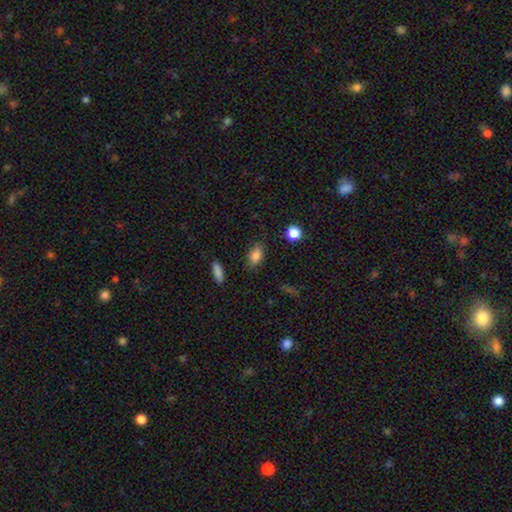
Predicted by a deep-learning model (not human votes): Smooth or featured: smooth — 83% (star or artifact — 9%)
How rounded: in between — 84% (round — 10%)
Merging: none — 81% (minor disturbance — 14%)